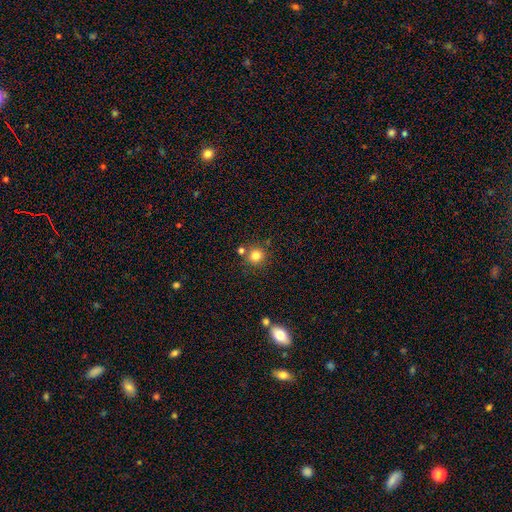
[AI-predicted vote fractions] Smooth or featured? Predicted: smooth (p=0.82). How rounded? Predicted: round (p=0.92). Merging? Predicted: none (p=0.76).